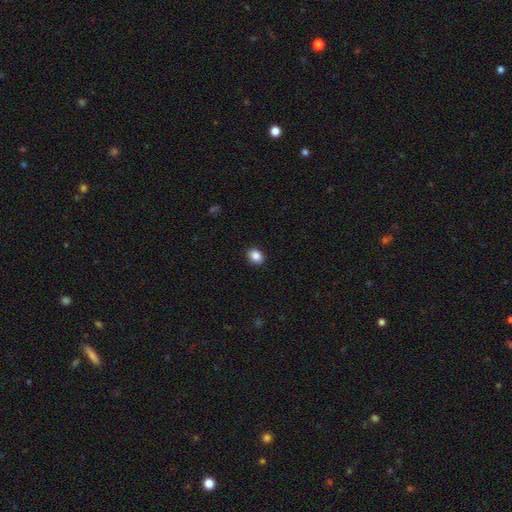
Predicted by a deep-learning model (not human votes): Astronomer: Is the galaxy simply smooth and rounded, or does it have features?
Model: smooth — 88%.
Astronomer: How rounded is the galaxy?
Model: in between — 50% (runner-up: round, 49%).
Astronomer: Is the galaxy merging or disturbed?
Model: none — 91%.